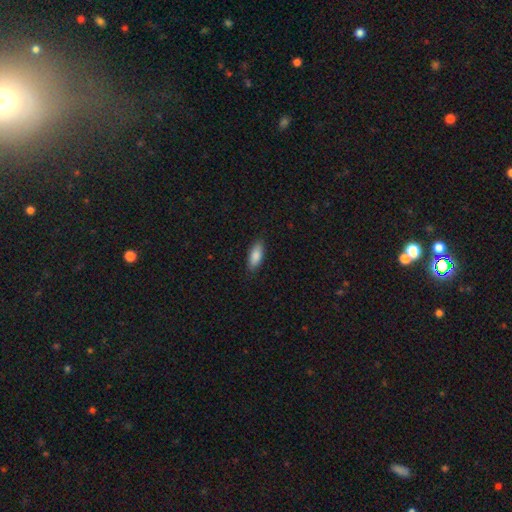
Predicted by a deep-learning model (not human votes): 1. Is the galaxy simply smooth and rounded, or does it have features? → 87% smooth, 7% featured or disk, 6% star or artifact.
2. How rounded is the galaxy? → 77% in between, 21% cigar-shaped, 2% round.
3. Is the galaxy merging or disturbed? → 87% none, 10% minor disturbance, 2% major disturbance, 1% merger.